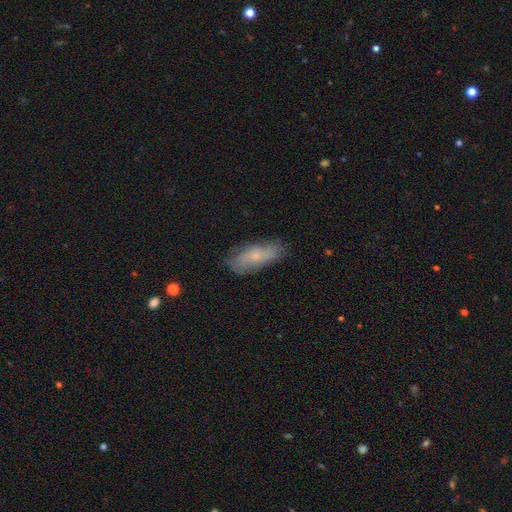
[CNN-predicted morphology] type=smooth (60%); roundness=in between (68%); merging=none (74%).